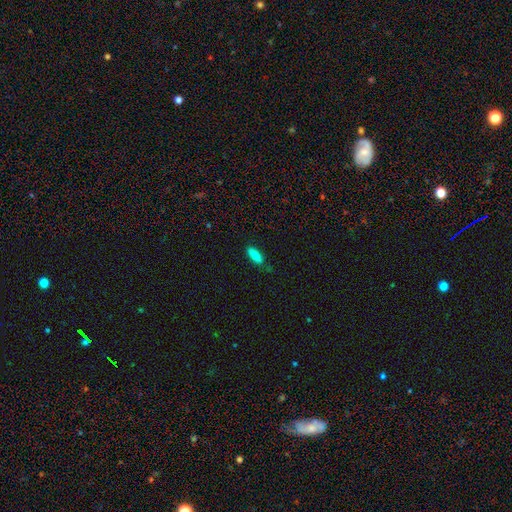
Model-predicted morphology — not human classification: type=smooth (82%); roundness=in between (61%); merging=none (81%).